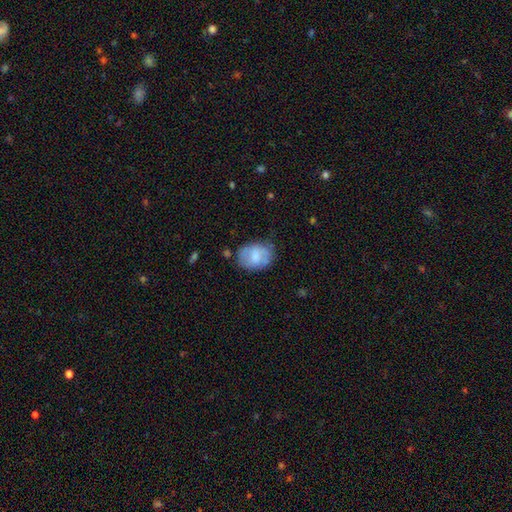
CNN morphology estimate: Smooth or featured? smooth (62%)
How rounded? in between (71%)
Merging? none (64%)